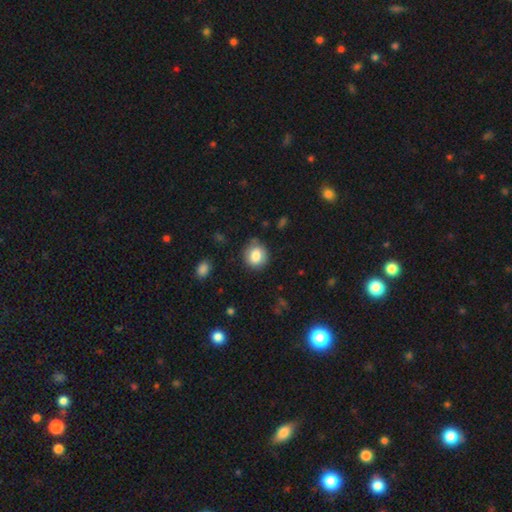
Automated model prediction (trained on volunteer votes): A smooth galaxy with no disk features (82%) that is round (83%).

Vote fractions:
- Smooth or featured? smooth: 82% / featured or disk: 9% / star or artifact: 9%
- How rounded? round: 83% / in between: 16% / cigar-shaped: 1%
- Merging? none: 82% / minor disturbance: 13% / major disturbance: 3% / merger: 2%